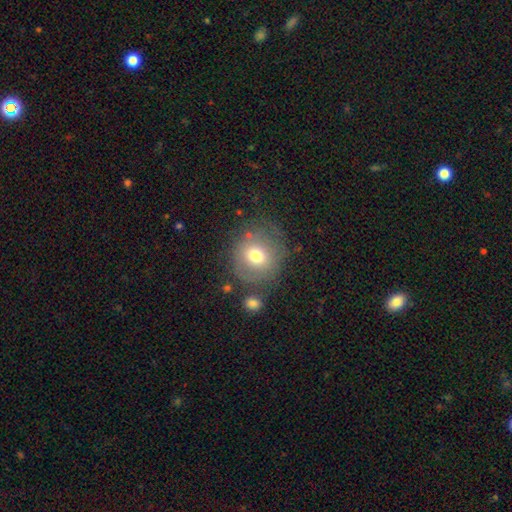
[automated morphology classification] Smooth or featured? Predicted: smooth (p=0.68). How rounded? Predicted: round (p=0.86). Merging? Predicted: none (p=0.66).